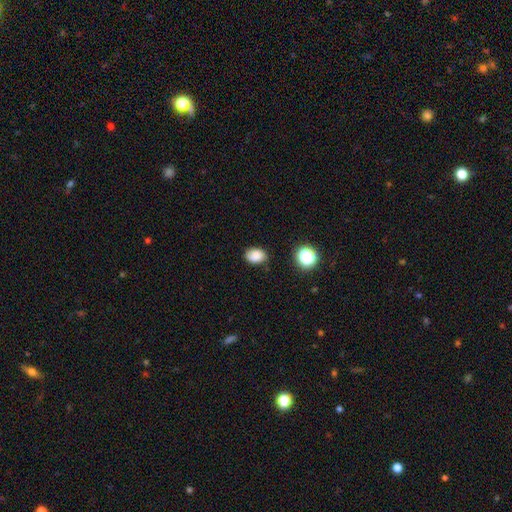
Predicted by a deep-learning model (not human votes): A smooth galaxy with no disk features (80%) that is in between round and cigar-shaped (74%).

Vote fractions:
- Smooth or featured? smooth: 80% / star or artifact: 12% / featured or disk: 8%
- How rounded? in between: 74% / round: 25% / cigar-shaped: 1%
- Merging? none: 75% / minor disturbance: 19% / major disturbance: 4% / merger: 2%